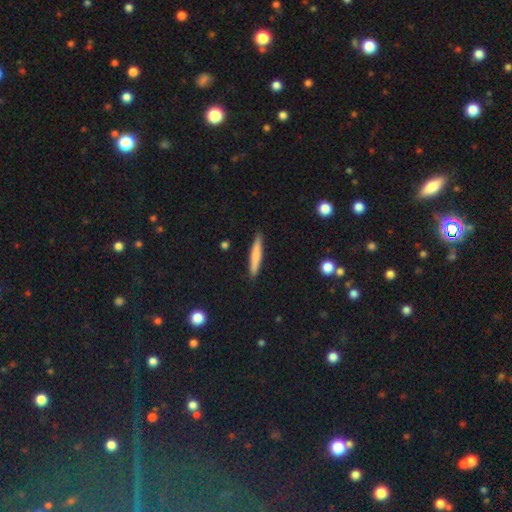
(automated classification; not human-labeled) Overall: smooth (71%). How rounded: cigar-shaped (93%). Merging: none (90%).